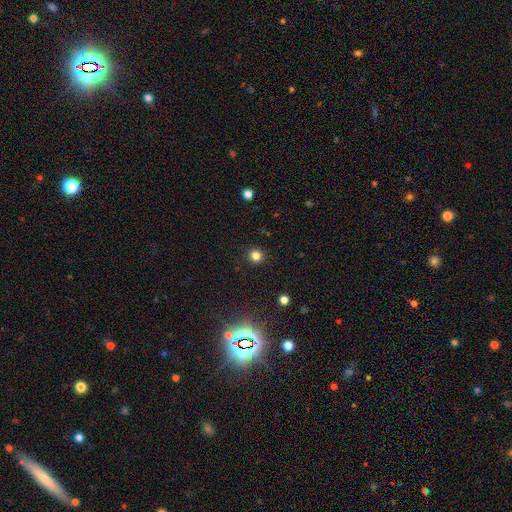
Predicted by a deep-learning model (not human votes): Smooth or featured: smooth — 81% (star or artifact — 15%)
How rounded: round — 93% (in between — 6%)
Merging: none — 92% (minor disturbance — 5%)